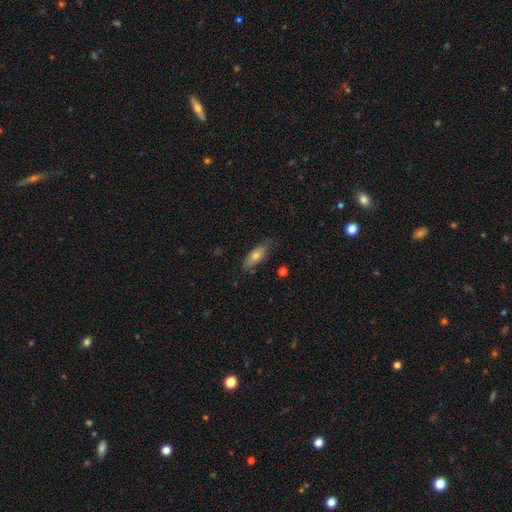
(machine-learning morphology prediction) Smooth or featured? smooth (64%)
How rounded? in between (61%)
Merging? none (74%)